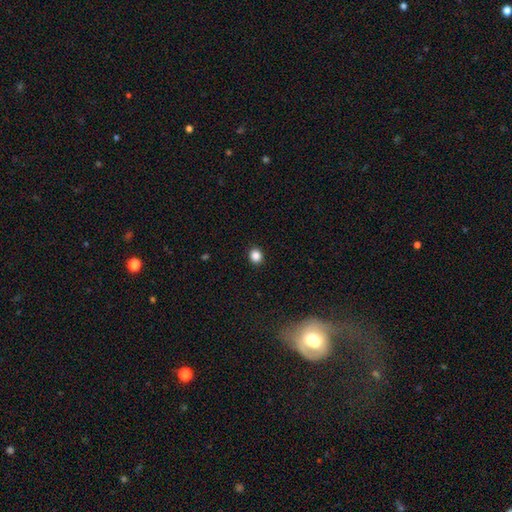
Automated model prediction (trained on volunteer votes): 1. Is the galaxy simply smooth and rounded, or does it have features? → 86% smooth, 11% star or artifact, 3% featured or disk.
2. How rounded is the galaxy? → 71% round, 28% in between, 1% cigar-shaped.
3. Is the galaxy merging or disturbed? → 91% none, 6% minor disturbance, 2% major disturbance, 1% merger.